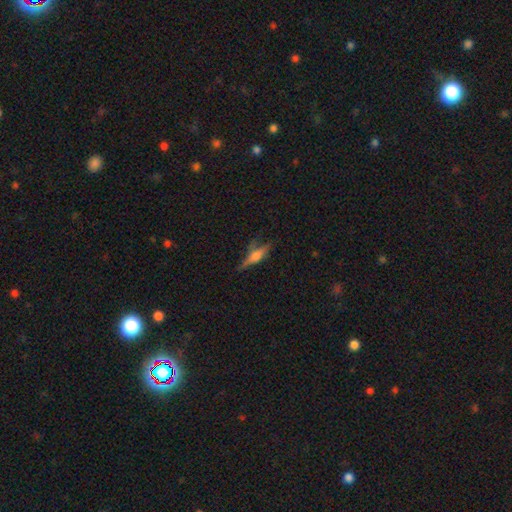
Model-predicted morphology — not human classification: smooth-or-featured: featured or disk: 58% | smooth: 32% | star or artifact: 10%
  disk-edge-on: yes: 93% | no: 7%
    edge-on-bulge: rounded: 83% | boxy: 12% | none: 6%
  merging: none: 69% | minor disturbance: 19% | major disturbance: 7% | merger: 4%